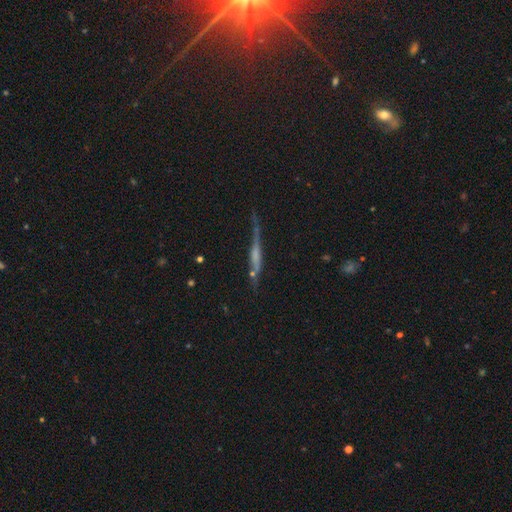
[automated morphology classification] Q: Smooth or featured?
A: featured or disk (69%); runner-up: smooth (22%)
Q: Edge-on disk?
A: yes (94%); runner-up: no (6%)
Q: Edge-on bulge?
A: rounded (37%); runner-up: none (34%)
Q: Merging?
A: none (66%); runner-up: minor disturbance (20%)